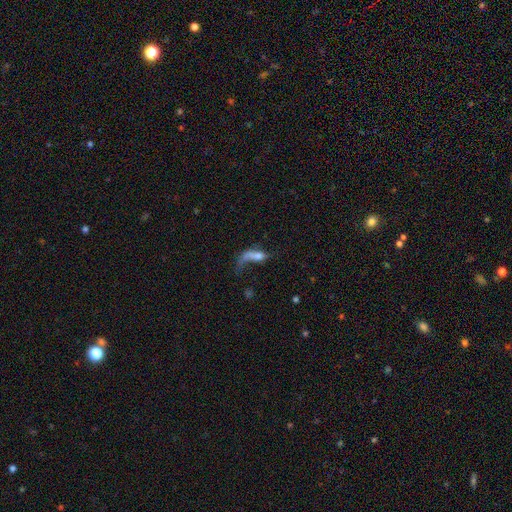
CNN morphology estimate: A smooth galaxy with no disk features (48%). Merging: major disturbance (54%).